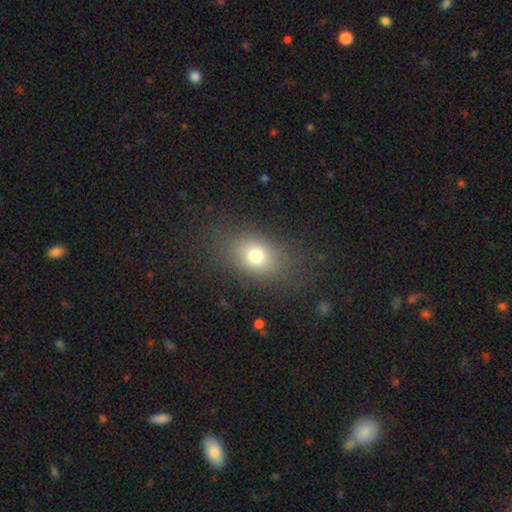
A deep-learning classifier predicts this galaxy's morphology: A smooth galaxy with no disk features (73%) that is in between round and cigar-shaped (65%).

Vote fractions:
- Smooth or featured? smooth: 73% / star or artifact: 14% / featured or disk: 13%
- How rounded? in between: 65% / round: 34% / cigar-shaped: 2%
- Merging? none: 79% / minor disturbance: 12% / major disturbance: 8% / merger: 1%